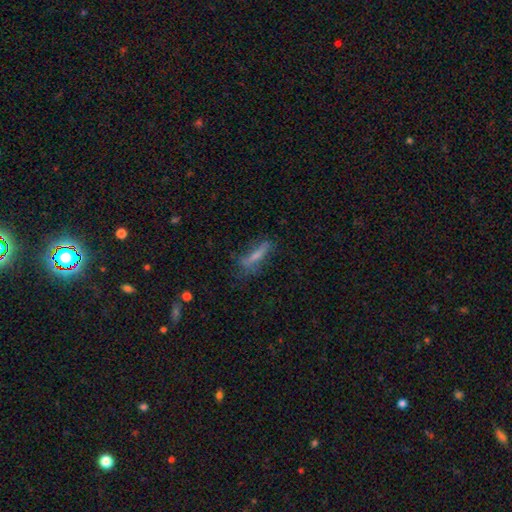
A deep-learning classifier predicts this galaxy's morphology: Smooth or featured? smooth (56%)
How rounded? cigar-shaped (77%)
Merging? none (55%)